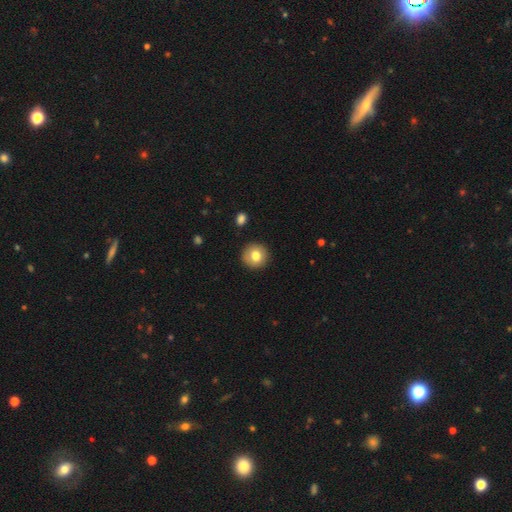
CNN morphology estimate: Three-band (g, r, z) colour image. It shows a smooth galaxy with no disk features (79%) that is round (93%). Merging: none (90%).